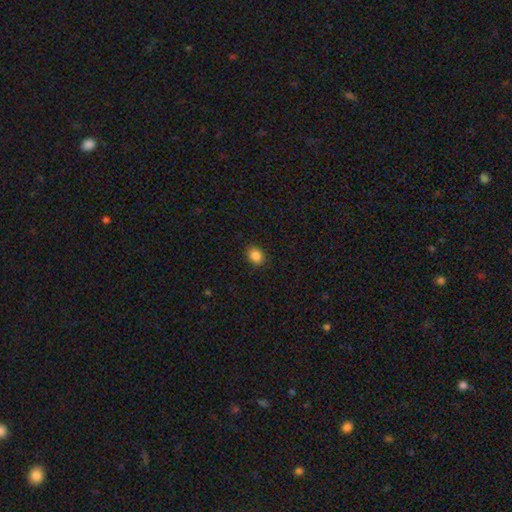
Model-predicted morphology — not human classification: The model was most divided on "how rounded": round: 57%, in between: 42%, cigar-shaped: 1%. More confident: merging — none (88%); smooth or featured — smooth (87%).